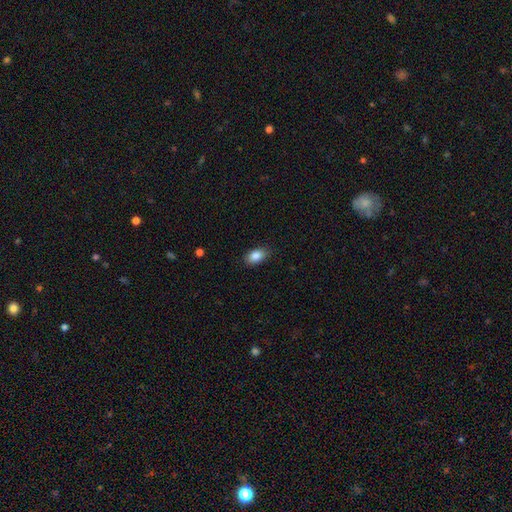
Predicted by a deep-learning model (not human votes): Q: Smooth or featured?
A: smooth (87%); runner-up: star or artifact (8%)
Q: How rounded?
A: in between (90%); runner-up: round (8%)
Q: Merging?
A: none (86%); runner-up: minor disturbance (11%)